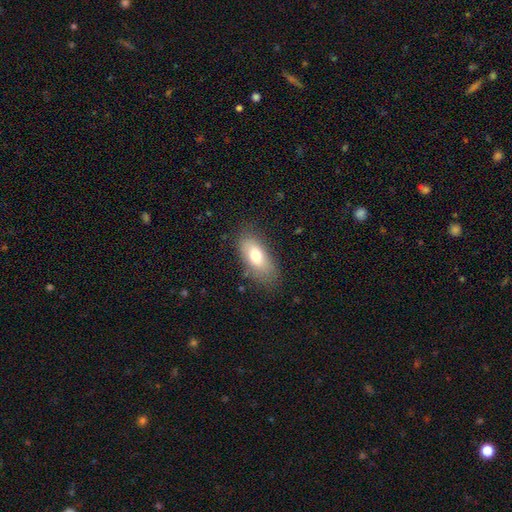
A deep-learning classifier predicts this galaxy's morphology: smooth-or-featured: smooth: 73% | featured or disk: 19% | star or artifact: 8%
  how-rounded: in between: 86% | cigar-shaped: 10% | round: 4%
  merging: none: 75% | minor disturbance: 18% | major disturbance: 6% | merger: 2%